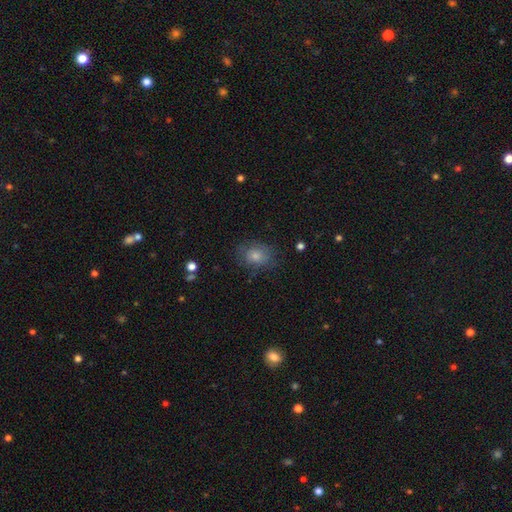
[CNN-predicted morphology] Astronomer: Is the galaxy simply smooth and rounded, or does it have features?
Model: smooth — 64%.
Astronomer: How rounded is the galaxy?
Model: in between — 52% (runner-up: round, 47%).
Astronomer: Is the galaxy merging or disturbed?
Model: none — 76%.